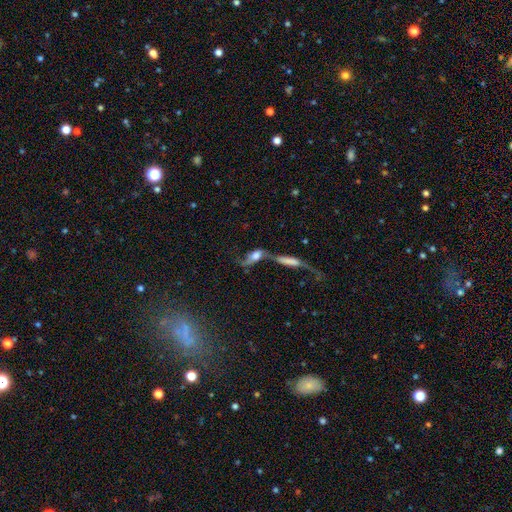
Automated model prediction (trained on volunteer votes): This is possibly a featured or disk galaxy (51%). It is likely not viewed edge-on (78%). Merging: likely merger (68%).